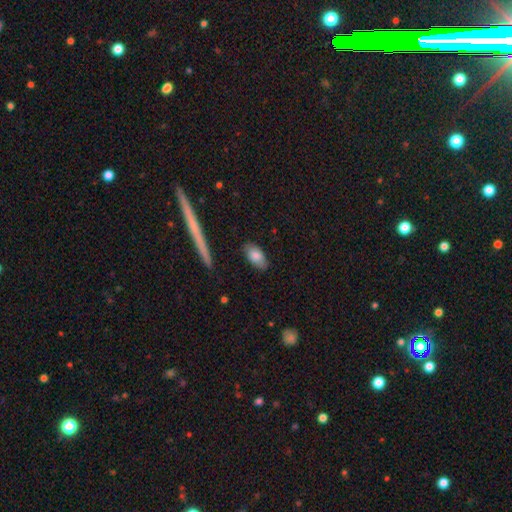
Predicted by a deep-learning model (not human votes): Q: Smooth or featured?
A: smooth (81%); runner-up: featured or disk (13%)
Q: How rounded?
A: in between (90%); runner-up: cigar-shaped (6%)
Q: Merging?
A: none (83%); runner-up: minor disturbance (13%)